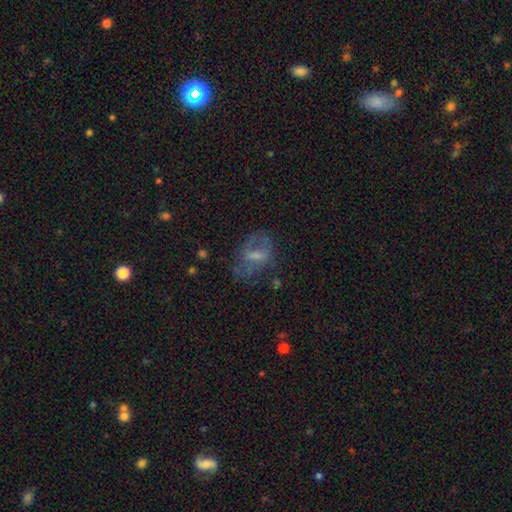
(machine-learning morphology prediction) A featured or disk galaxy (47%).

Vote fractions:
- Smooth or featured? featured or disk: 47% / smooth: 39% / star or artifact: 14%
- Merging? none: 46% / major disturbance: 28% / minor disturbance: 22% / merger: 3%